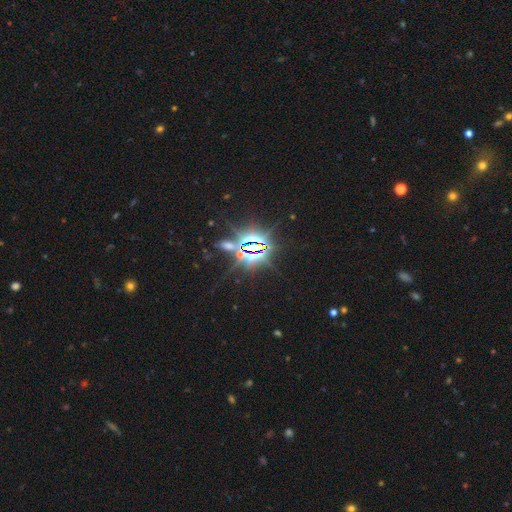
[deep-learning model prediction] Smooth or featured? star or artifact (86%)